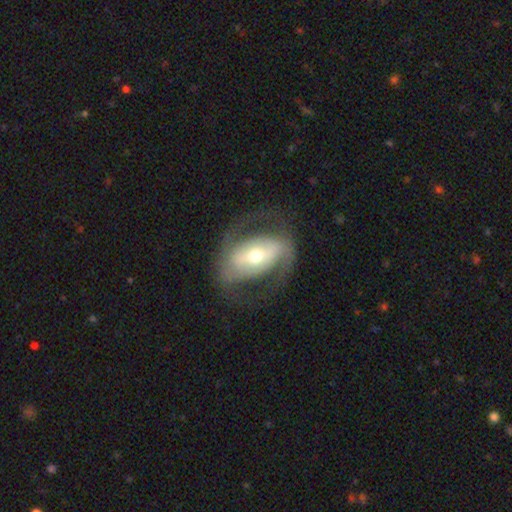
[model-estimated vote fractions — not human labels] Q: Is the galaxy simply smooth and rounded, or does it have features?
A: featured or disk — 77%.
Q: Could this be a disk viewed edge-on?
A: no — 93%.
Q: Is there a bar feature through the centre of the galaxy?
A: strong — 50%.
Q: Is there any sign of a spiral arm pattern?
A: yes — 73%.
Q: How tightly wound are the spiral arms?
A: medium — 47%.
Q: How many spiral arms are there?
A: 2 — 84%.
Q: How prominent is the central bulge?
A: moderate — 58%.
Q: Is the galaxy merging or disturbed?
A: none — 68%.